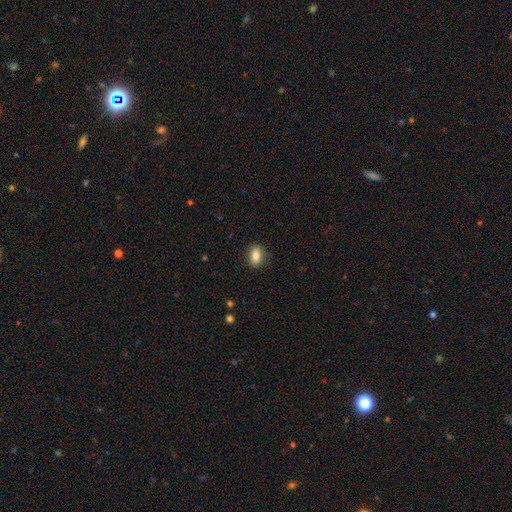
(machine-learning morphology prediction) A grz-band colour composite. It shows a smooth galaxy with no disk features (84%) that is in between round and cigar-shaped (82%). Merging: none (86%).